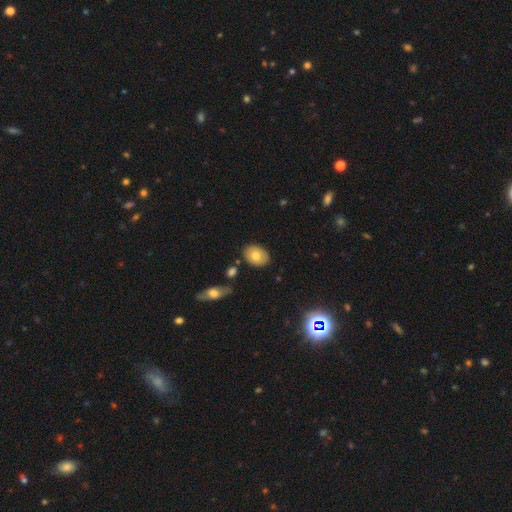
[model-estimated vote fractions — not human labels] This is likely a smooth galaxy (76%). How rounded: likely in between (74%). Merging: clearly none (84%).